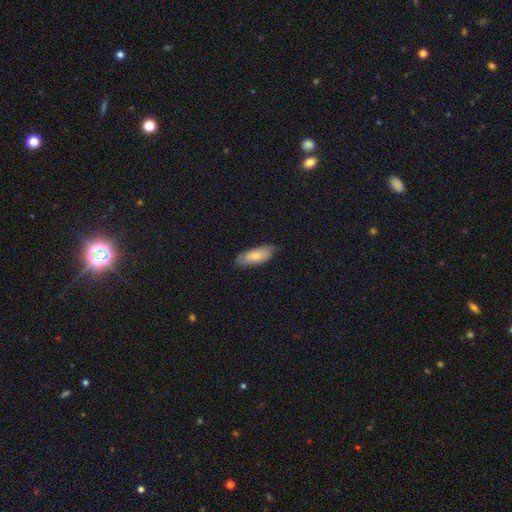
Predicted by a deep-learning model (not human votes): Morphology: type=smooth (70%); roundness=in between (79%); merging=none (75%).